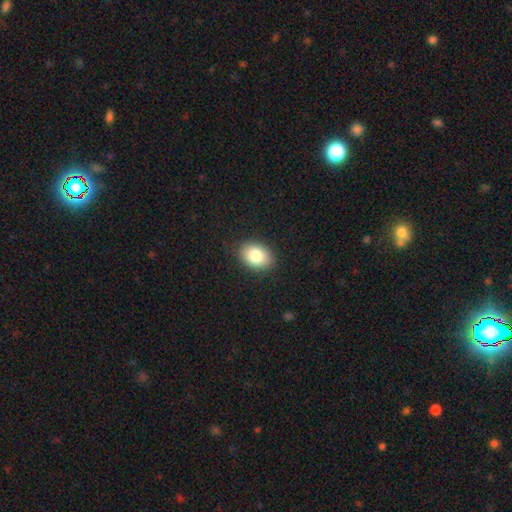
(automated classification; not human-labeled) Smooth or featured? Predicted: smooth (p=0.83). How rounded? Predicted: in between (p=0.75). Merging? Predicted: none (p=0.88).